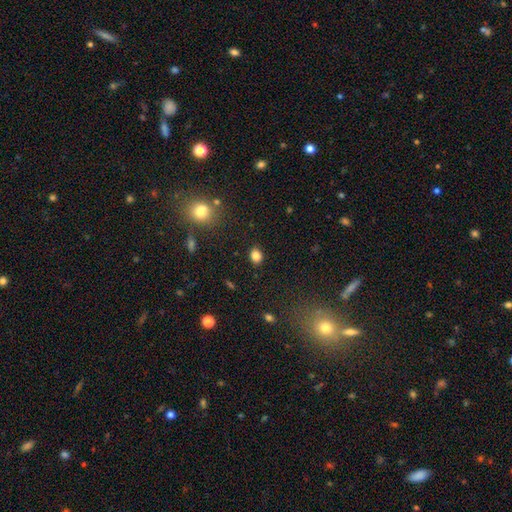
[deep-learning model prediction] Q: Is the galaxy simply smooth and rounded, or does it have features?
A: smooth — 84%.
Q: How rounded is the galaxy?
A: in between — 51%.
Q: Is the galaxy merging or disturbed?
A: none — 86%.